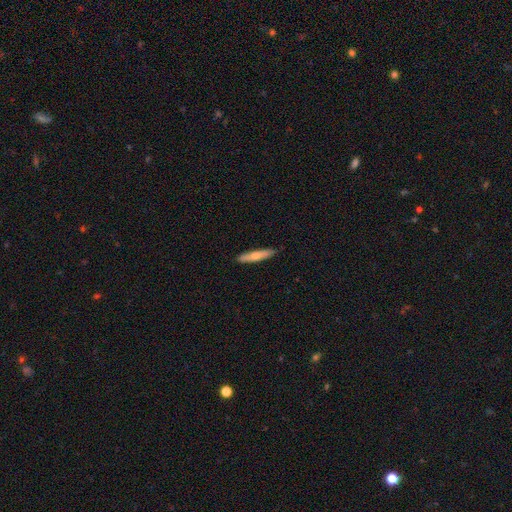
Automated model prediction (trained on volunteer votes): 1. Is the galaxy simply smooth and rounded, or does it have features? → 68% smooth, 26% featured or disk, 5% star or artifact.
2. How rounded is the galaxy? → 89% cigar-shaped, 10% in between, 1% round.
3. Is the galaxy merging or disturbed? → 90% none, 8% minor disturbance, 1% major disturbance, 1% merger.